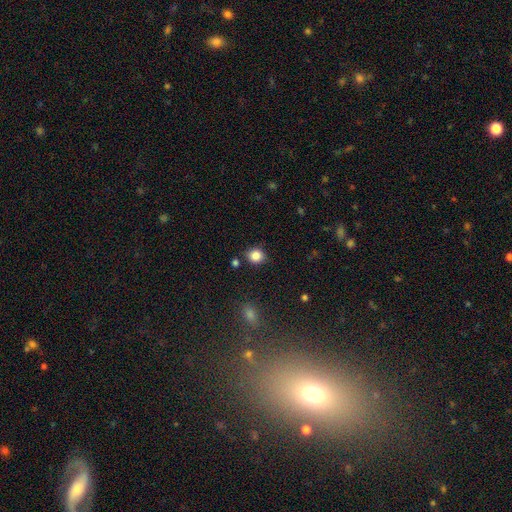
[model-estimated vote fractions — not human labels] Q: Smooth or featured?
A: smooth (85%); runner-up: star or artifact (11%)
Q: How rounded?
A: round (78%); runner-up: in between (21%)
Q: Merging?
A: none (83%); runner-up: minor disturbance (10%)